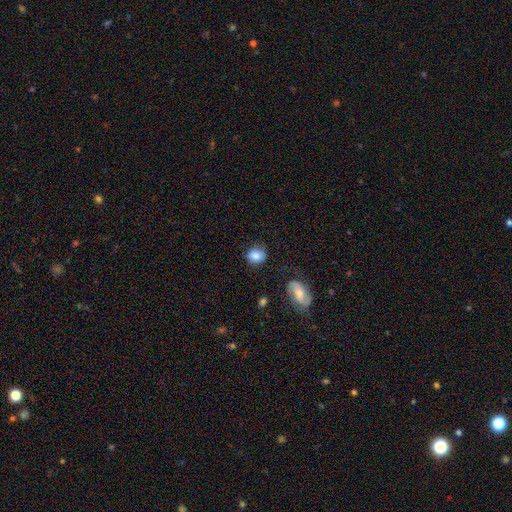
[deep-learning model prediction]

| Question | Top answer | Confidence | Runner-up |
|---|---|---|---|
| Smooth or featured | smooth | 79% | featured or disk (13%) |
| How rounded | round | 72% | in between (27%) |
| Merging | none | 74% | minor disturbance (17%) |